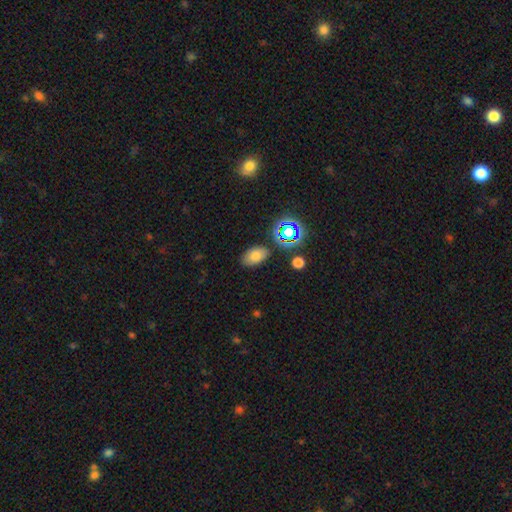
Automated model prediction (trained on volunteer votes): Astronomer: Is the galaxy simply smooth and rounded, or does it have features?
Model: smooth — 71%.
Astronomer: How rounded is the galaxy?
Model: in between — 89%.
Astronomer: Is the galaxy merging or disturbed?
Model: none — 82%.